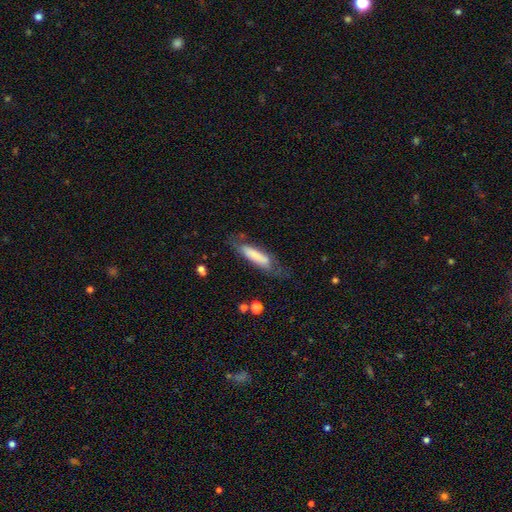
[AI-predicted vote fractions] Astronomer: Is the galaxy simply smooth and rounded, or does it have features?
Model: smooth — 70%.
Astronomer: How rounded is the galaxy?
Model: cigar-shaped — 73%.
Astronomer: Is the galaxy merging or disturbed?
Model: none — 58%.